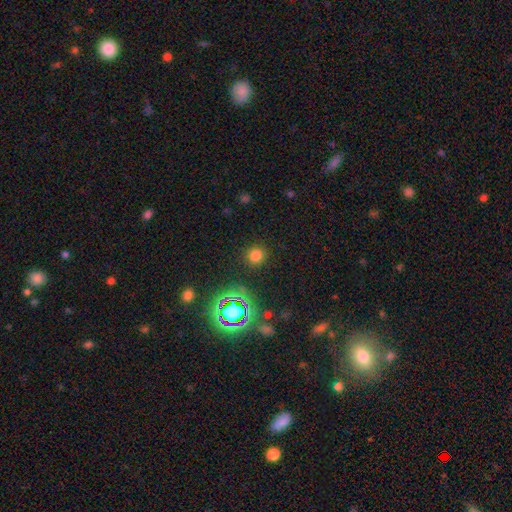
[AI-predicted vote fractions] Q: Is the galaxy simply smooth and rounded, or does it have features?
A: smooth — 74%.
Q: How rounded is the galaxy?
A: round — 91%.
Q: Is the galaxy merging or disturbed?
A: none — 88%.